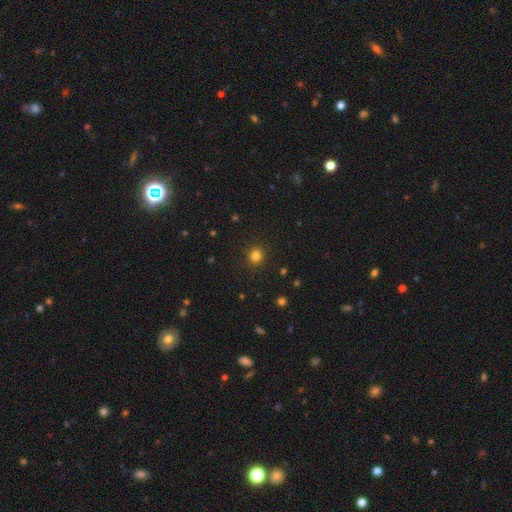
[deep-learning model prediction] The model was most divided on "smooth or featured": smooth: 81%, star or artifact: 14%, featured or disk: 4%. More confident: merging — none (91%); how rounded — round (91%).